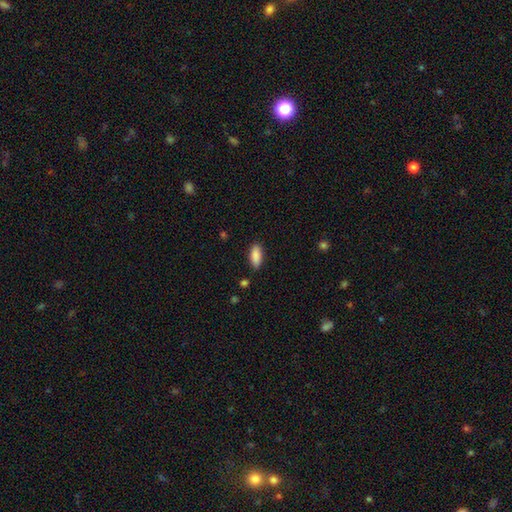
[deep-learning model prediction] A smooth galaxy with no disk features (89%) that is in between round and cigar-shaped (79%).

Vote fractions:
- Smooth or featured? smooth: 89% / star or artifact: 6% / featured or disk: 5%
- How rounded? in between: 79% / cigar-shaped: 19% / round: 2%
- Merging? none: 84% / minor disturbance: 12% / major disturbance: 2% / merger: 2%